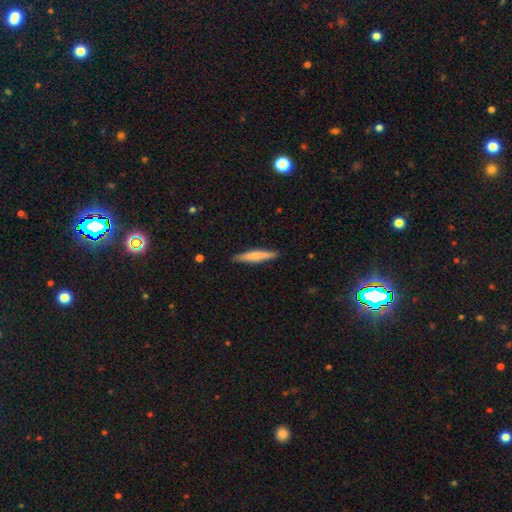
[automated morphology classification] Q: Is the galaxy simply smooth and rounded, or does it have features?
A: smooth — 67%.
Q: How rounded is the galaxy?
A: cigar-shaped — 91%.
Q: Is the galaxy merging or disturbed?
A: none — 89%.